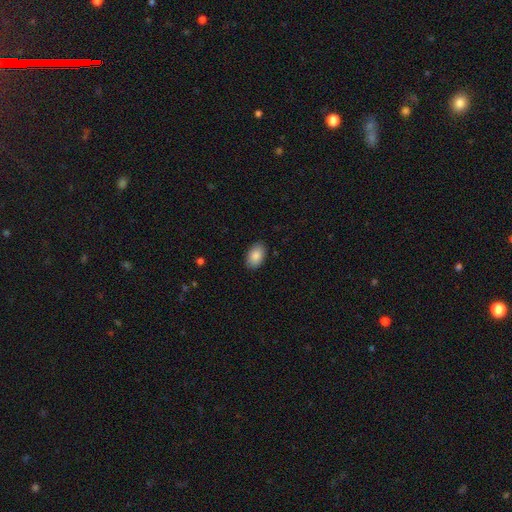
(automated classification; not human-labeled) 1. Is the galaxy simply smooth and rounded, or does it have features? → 87% smooth, 7% star or artifact, 6% featured or disk.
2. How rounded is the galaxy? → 92% in between, 7% round, 1% cigar-shaped.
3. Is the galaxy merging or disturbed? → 88% none, 9% minor disturbance, 2% major disturbance, 1% merger.